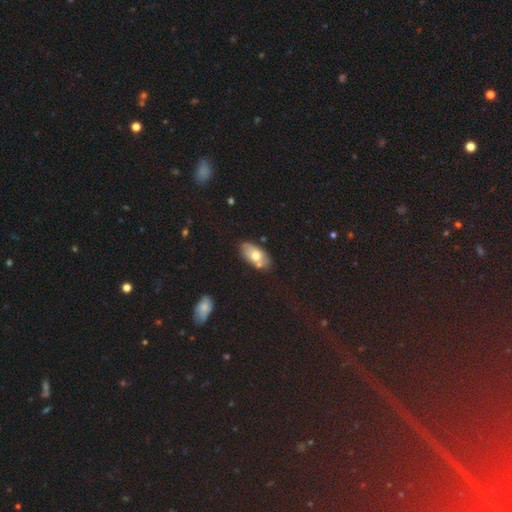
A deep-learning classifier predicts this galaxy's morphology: Smooth or featured? smooth (67%)
How rounded? in between (91%)
Merging? none (71%)